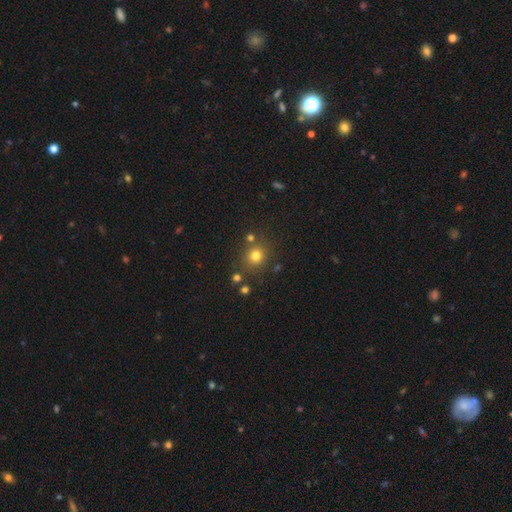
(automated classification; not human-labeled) smooth-or-featured: smooth: 77% | star or artifact: 16% | featured or disk: 7%
  how-rounded: round: 83% | in between: 16% | cigar-shaped: 1%
  merging: none: 80% | minor disturbance: 9% | merger: 8% | major disturbance: 3%